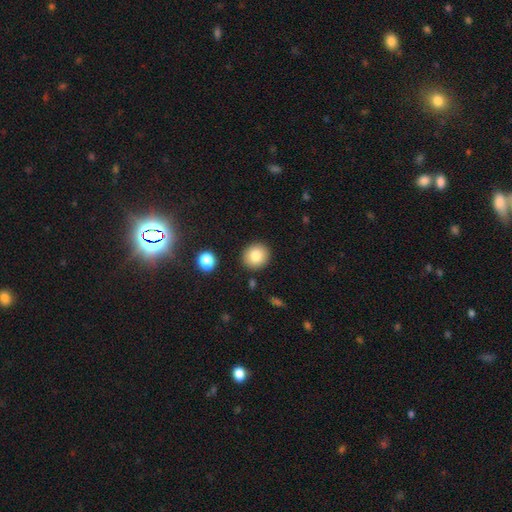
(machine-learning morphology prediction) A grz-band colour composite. It shows a smooth galaxy with no disk features (81%) that is round (86%). Merging: none (89%).